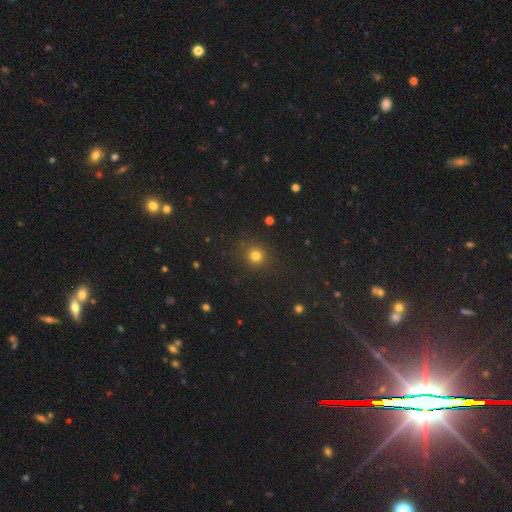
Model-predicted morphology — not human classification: This appears to be a smooth galaxy with no disk features (77%) that is round (91%). Merging: none (88%).